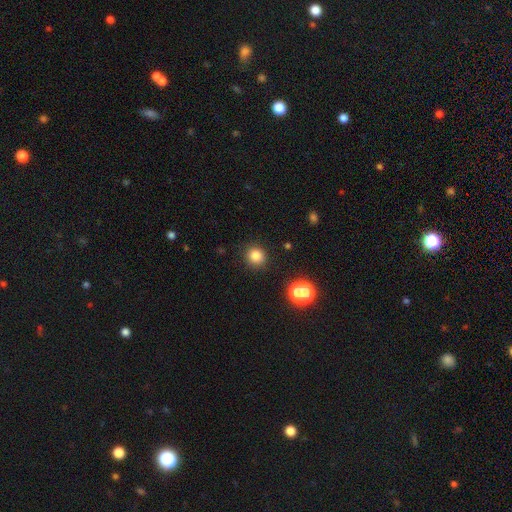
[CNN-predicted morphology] A smooth galaxy with no disk features (82%) that is round (91%). Merging: none (90%).